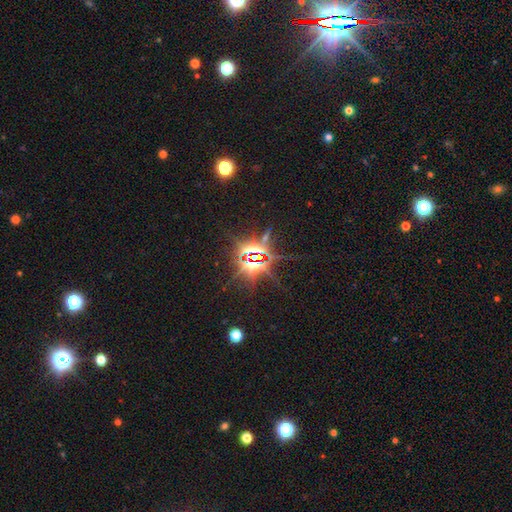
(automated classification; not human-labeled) The model was most divided on "smooth or featured": star or artifact: 84%, featured or disk: 9%, smooth: 7%.